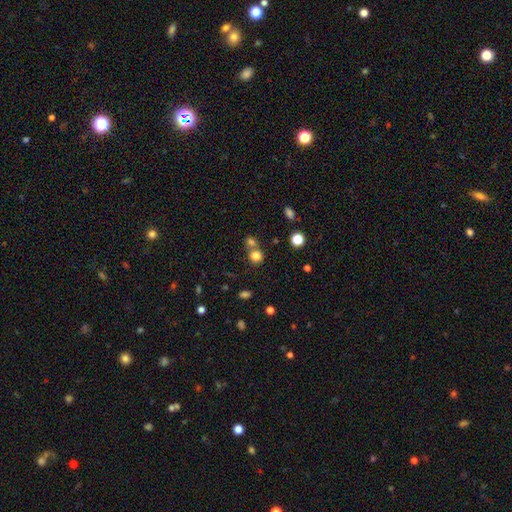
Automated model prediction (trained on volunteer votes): A smooth galaxy with no disk features (78%) that is round (84%).

Vote fractions:
- Smooth or featured? smooth: 78% / star or artifact: 14% / featured or disk: 8%
- How rounded? round: 84% / in between: 15% / cigar-shaped: 1%
- Merging? none: 53% / merger: 36% / minor disturbance: 7% / major disturbance: 4%